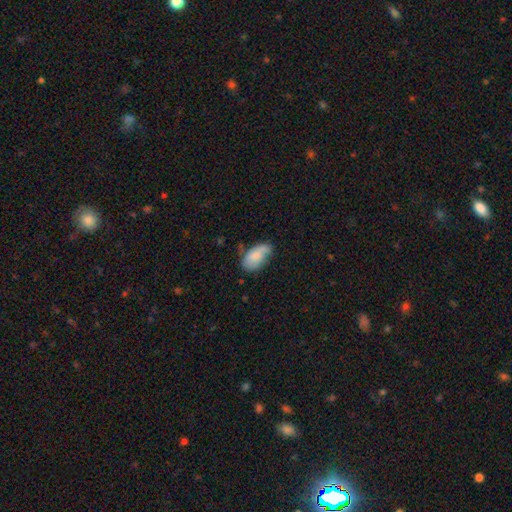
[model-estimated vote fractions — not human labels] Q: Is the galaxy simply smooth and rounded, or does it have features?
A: smooth — 74%.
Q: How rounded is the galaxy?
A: in between — 93%.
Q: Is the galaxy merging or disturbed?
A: none — 48%.